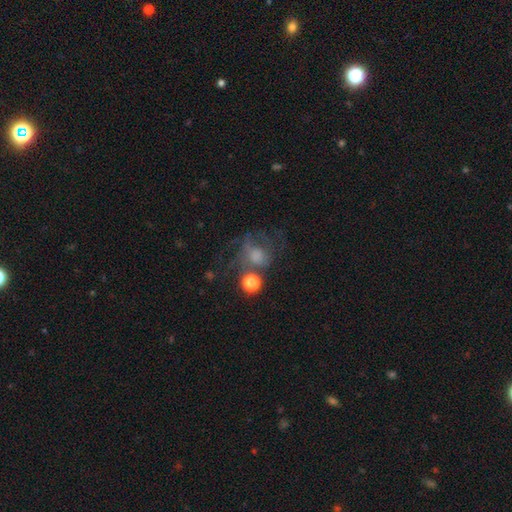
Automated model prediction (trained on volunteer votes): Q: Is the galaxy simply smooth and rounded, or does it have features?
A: smooth — 39%.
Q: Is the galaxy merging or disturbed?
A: none — 42%.